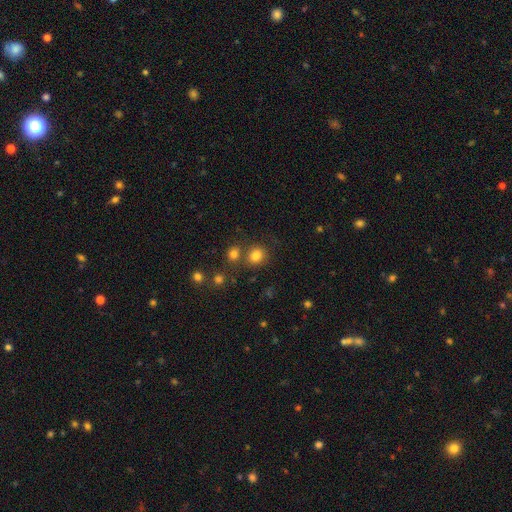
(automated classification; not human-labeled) Morphology: type=smooth (81%); roundness=round (68%); merging=none (67%).